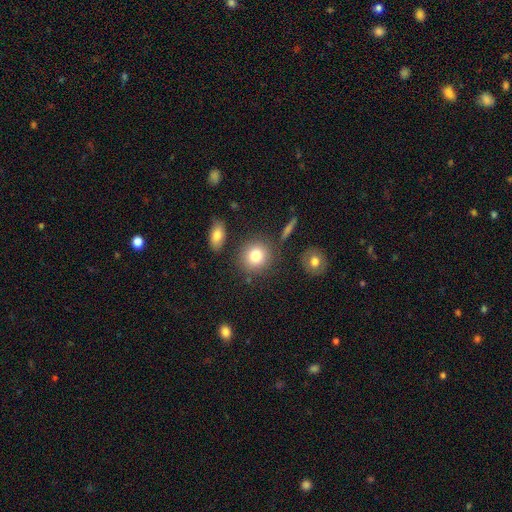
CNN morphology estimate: Overall: smooth (81%). How rounded: round (85%). Merging: none (81%).